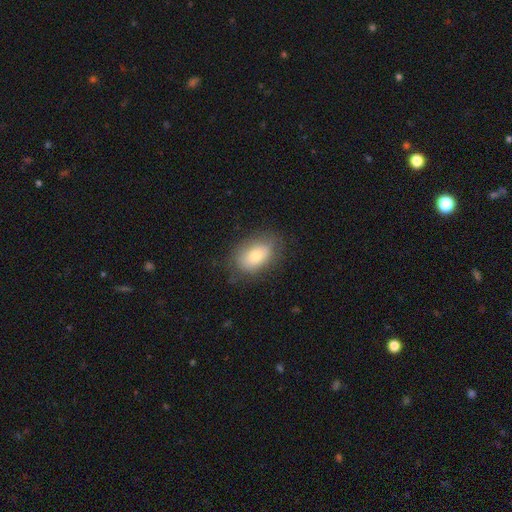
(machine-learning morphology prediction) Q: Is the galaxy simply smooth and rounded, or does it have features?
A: smooth — 72%.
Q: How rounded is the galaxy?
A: in between — 83%.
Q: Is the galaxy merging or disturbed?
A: none — 76%.